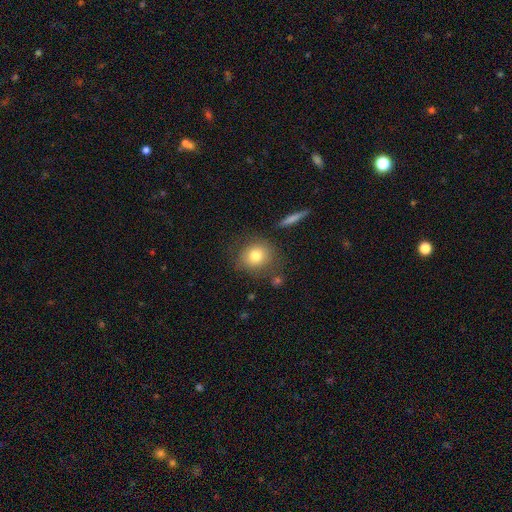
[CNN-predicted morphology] smooth_or_featured: smooth (p=0.78) [alt: featured or disk p=0.12]
how_rounded: round (p=0.81) [alt: in between p=0.17]
merging: none (p=0.77) [alt: minor disturbance p=0.13]